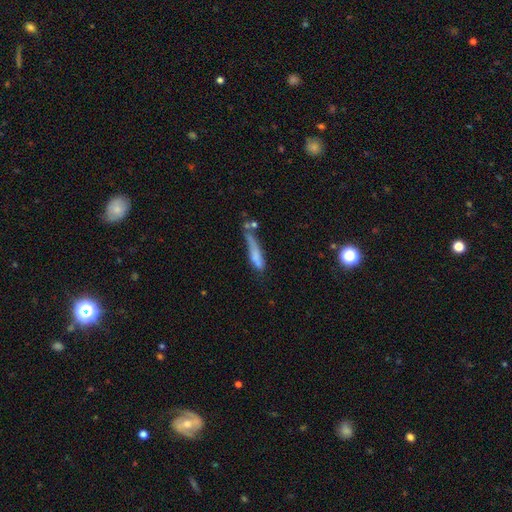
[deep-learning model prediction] Smooth or featured: smooth — 62% (featured or disk — 28%)
How rounded: cigar-shaped — 80% (in between — 18%)
Merging: none — 32% (minor disturbance — 27%)